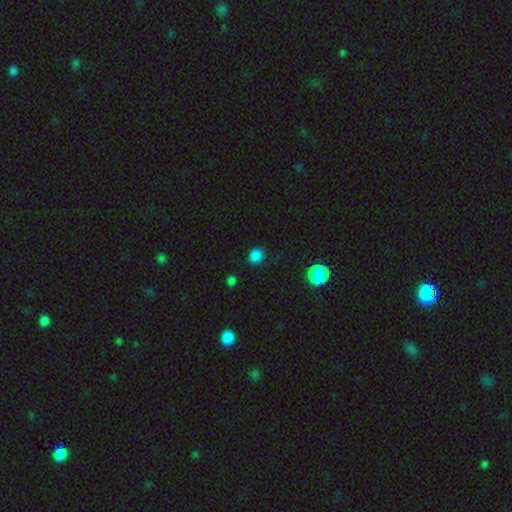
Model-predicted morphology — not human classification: This is clearly a smooth galaxy (83%). How rounded: clearly round (86%). Merging: clearly none (86%).